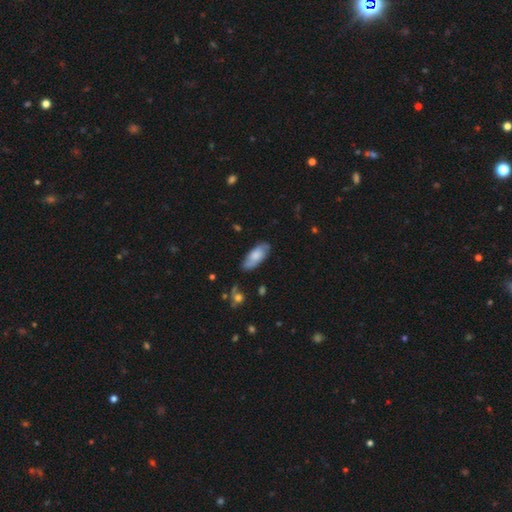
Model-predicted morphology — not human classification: smooth_or_featured: smooth (p=0.64) [alt: featured or disk p=0.30]
how_rounded: in between (p=0.82) [alt: cigar-shaped p=0.16]
merging: none (p=0.75) [alt: minor disturbance p=0.19]